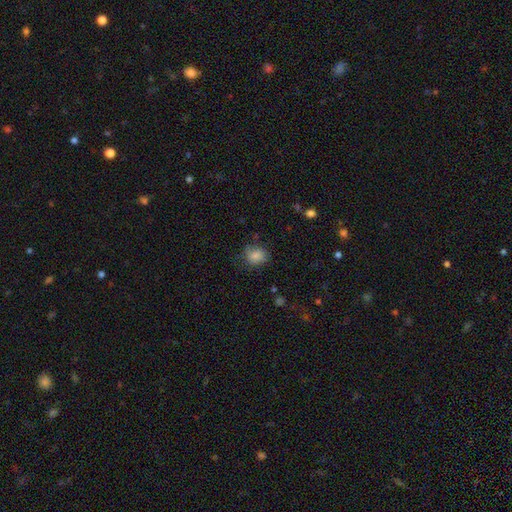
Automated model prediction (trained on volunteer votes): A smooth galaxy with no disk features (82%) that is round (62%). Merging: none (68%).